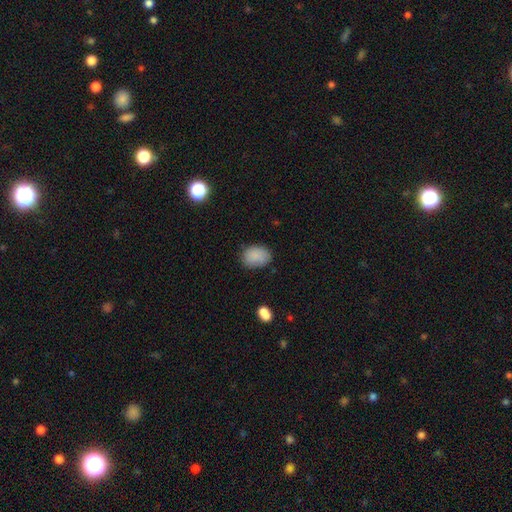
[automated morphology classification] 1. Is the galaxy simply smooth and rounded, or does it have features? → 87% smooth, 8% star or artifact, 5% featured or disk.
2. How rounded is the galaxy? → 67% in between, 32% round, 1% cigar-shaped.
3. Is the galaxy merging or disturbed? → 76% none, 19% minor disturbance, 4% major disturbance, 2% merger.